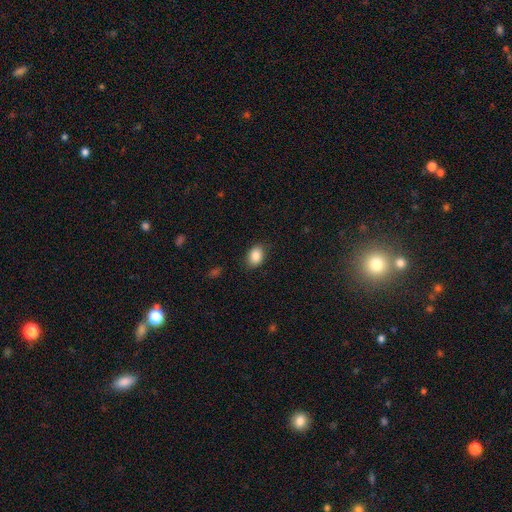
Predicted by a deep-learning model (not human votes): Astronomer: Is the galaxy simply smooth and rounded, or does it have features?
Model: smooth — 86%.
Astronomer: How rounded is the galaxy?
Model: in between — 71%.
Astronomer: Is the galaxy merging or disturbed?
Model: none — 85%.